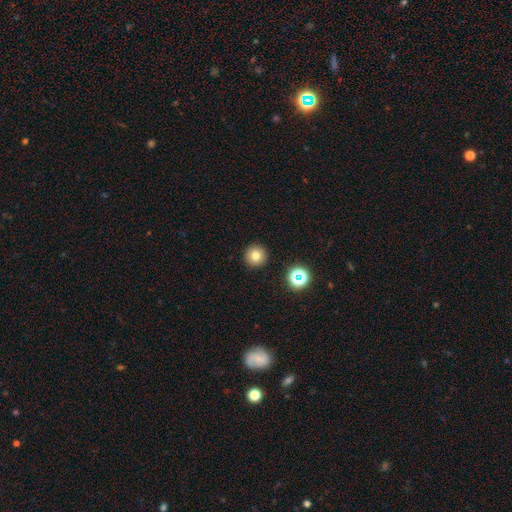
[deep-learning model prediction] smooth_or_featured: smooth (p=0.76) [alt: star or artifact p=0.15]
how_rounded: round (p=0.96) [alt: in between p=0.03]
merging: none (p=0.92) [alt: minor disturbance p=0.05]